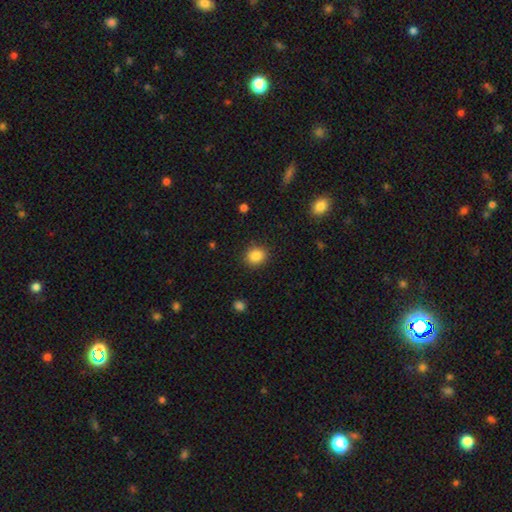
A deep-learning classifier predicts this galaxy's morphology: Q: Smooth or featured?
A: smooth (85%); runner-up: star or artifact (10%)
Q: How rounded?
A: round (72%); runner-up: in between (27%)
Q: Merging?
A: none (89%); runner-up: minor disturbance (8%)